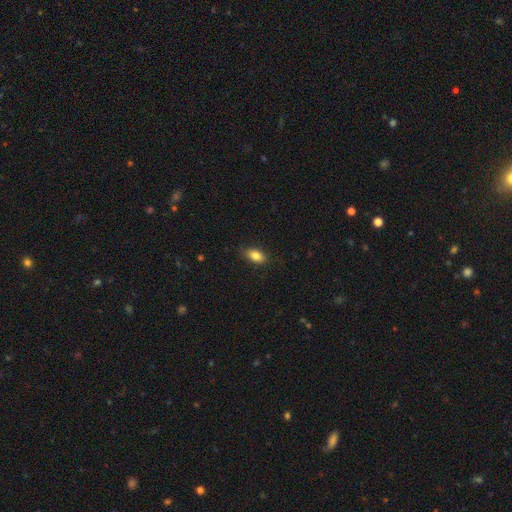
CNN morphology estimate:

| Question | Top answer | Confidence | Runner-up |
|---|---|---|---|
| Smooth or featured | smooth | 83% | featured or disk (8%) |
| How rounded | in between | 88% | round (8%) |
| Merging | none | 84% | minor disturbance (12%) |